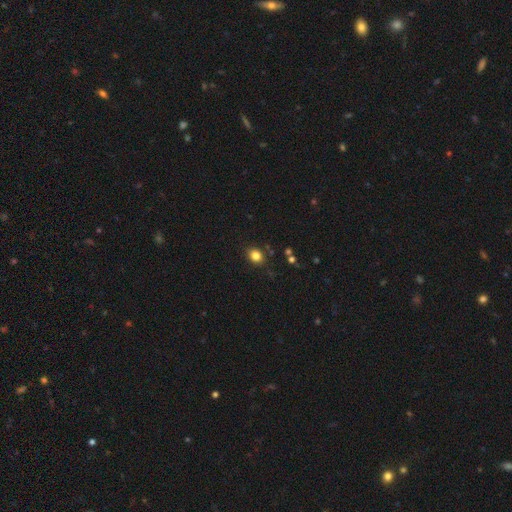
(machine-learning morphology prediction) Smooth or featured?
  - smooth: 82% *
  - star or artifact: 12%
  - featured or disk: 6%
How rounded?
  - round: 58% *
  - in between: 41%
  - cigar-shaped: 1%
Merging?
  - none: 85% *
  - minor disturbance: 10%
  - major disturbance: 3%
  - merger: 2%